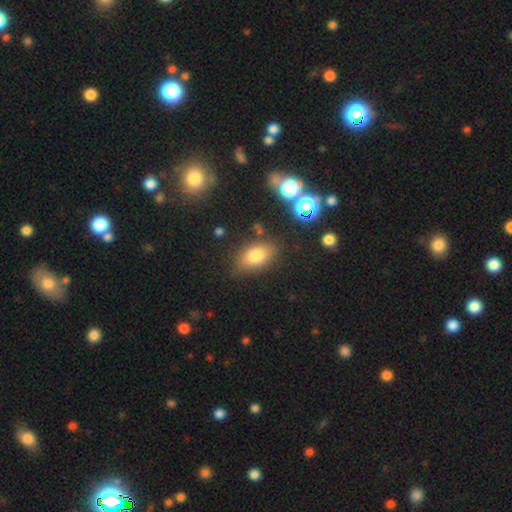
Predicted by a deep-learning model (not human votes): smooth_or_featured: smooth (p=0.77) [alt: star or artifact p=0.11]
how_rounded: in between (p=0.88) [alt: round p=0.09]
merging: none (p=0.81) [alt: minor disturbance p=0.12]